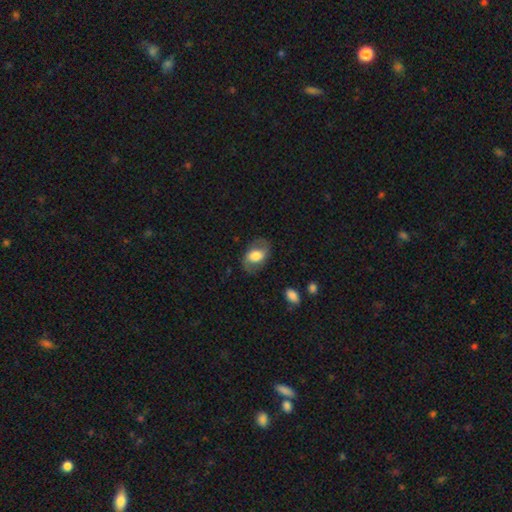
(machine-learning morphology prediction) Smooth or featured: smooth — 51% (featured or disk — 42%)
How rounded: in between — 83% (round — 15%)
Merging: none — 74% (minor disturbance — 17%)